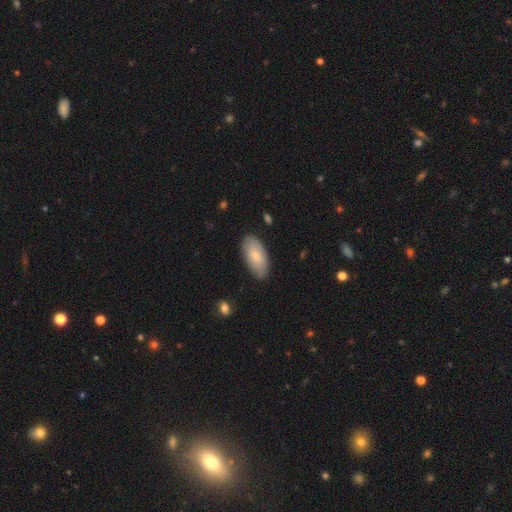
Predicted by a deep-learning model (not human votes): Morphology: type=smooth (76%); roundness=in between (93%); merging=none (82%).